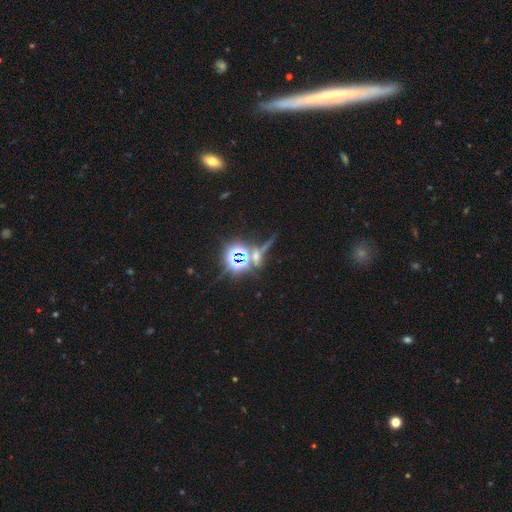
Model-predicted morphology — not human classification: The model was most divided on "smooth or featured": star or artifact: 67%, smooth: 18%, featured or disk: 15%.